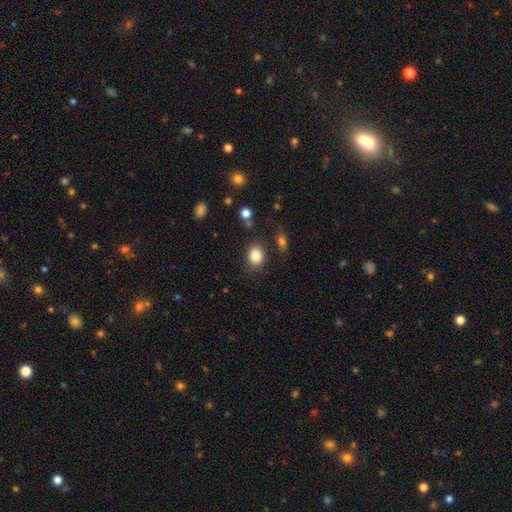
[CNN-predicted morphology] A smooth galaxy with no disk features (84%) that is in between round and cigar-shaped (50%). Merging: none (80%).